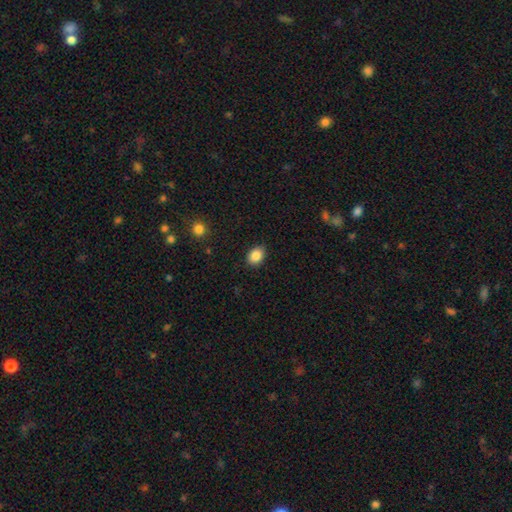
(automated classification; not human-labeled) This appears to be a smooth galaxy with no disk features (87%) that is in between round and cigar-shaped (66%). Merging: none (86%).